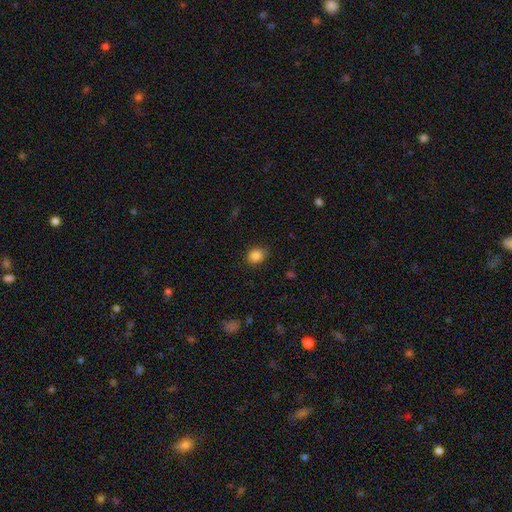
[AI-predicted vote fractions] This is clearly a smooth galaxy (86%). How rounded: possibly round (57%). Merging: clearly none (86%).